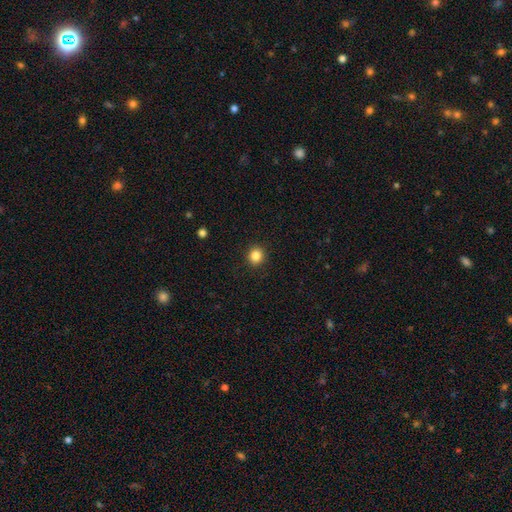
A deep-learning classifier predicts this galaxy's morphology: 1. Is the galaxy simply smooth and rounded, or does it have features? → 84% smooth, 11% star or artifact, 5% featured or disk.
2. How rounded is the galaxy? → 90% round, 10% in between, 1% cigar-shaped.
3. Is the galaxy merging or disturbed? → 92% none, 5% minor disturbance, 2% major disturbance, 1% merger.